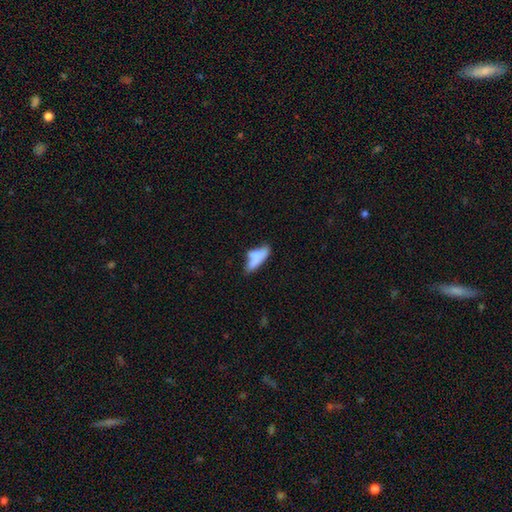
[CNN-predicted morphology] type=smooth (60%); roundness=in between (57%); merging=none (37%).